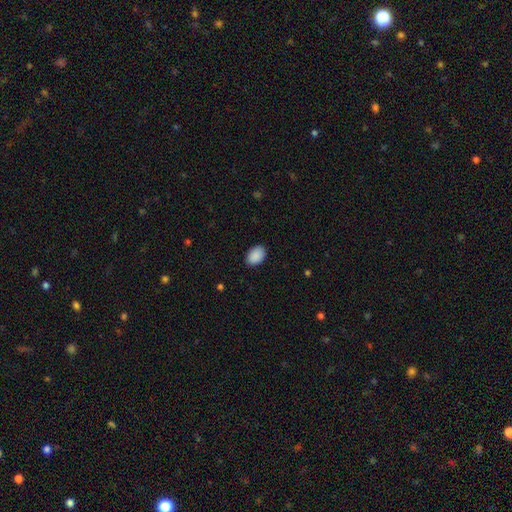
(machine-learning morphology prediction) Q: Smooth or featured?
A: smooth (91%); runner-up: star or artifact (7%)
Q: How rounded?
A: in between (87%); runner-up: round (12%)
Q: Merging?
A: none (88%); runner-up: minor disturbance (9%)